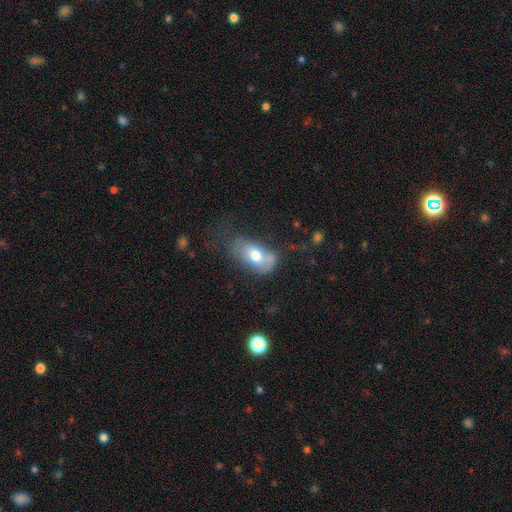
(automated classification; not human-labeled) This is likely a smooth galaxy (67%). How rounded: clearly in between (90%). Merging: marginally none (40%).